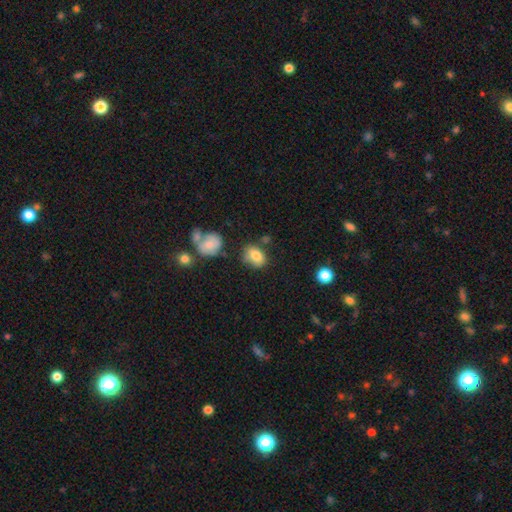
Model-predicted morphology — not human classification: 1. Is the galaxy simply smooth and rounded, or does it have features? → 81% smooth, 10% featured or disk, 9% star or artifact.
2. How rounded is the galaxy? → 69% in between, 30% round, 1% cigar-shaped.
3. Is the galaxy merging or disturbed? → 60% none, 24% minor disturbance, 8% merger, 7% major disturbance.